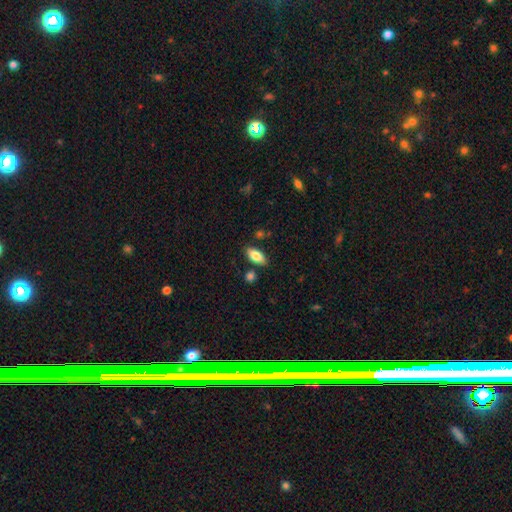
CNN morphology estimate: The model was most divided on "smooth or featured": smooth: 81%, featured or disk: 12%, star or artifact: 7%. More confident: how rounded — in between (87%); merging — none (83%).